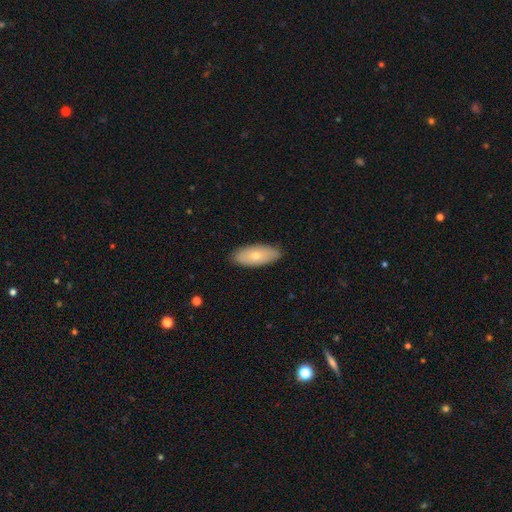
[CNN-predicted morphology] Smooth or featured? smooth (69%)
How rounded? in between (87%)
Merging? none (86%)